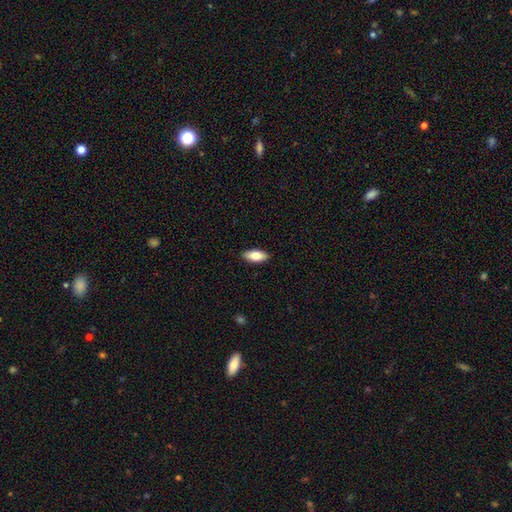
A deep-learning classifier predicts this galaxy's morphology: The model was most divided on "smooth or featured": smooth: 82%, featured or disk: 12%, star or artifact: 6%. More confident: merging — none (89%); how rounded — in between (84%).